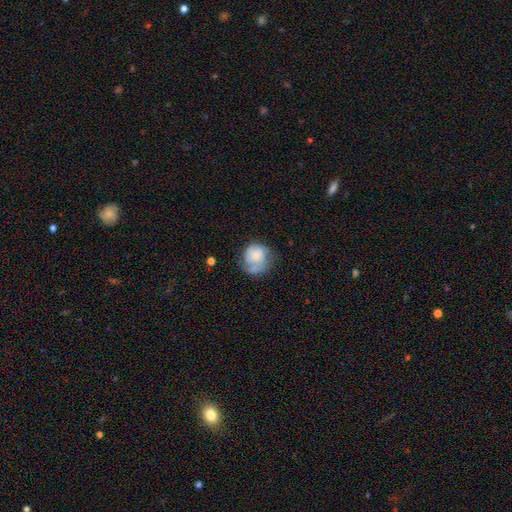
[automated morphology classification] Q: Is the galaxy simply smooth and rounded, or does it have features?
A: smooth — 51%.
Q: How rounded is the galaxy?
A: round — 78%.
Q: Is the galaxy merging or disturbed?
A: none — 46%.